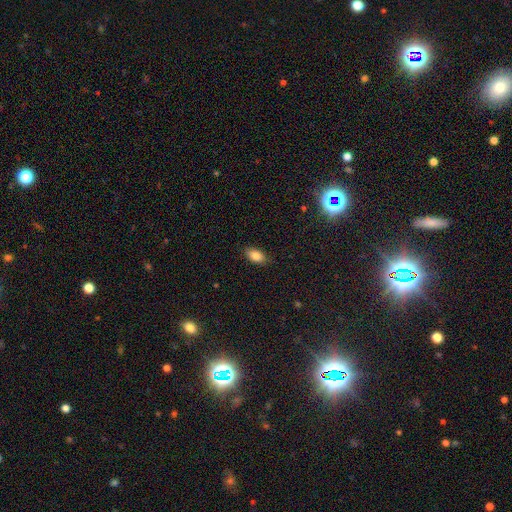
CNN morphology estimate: Smooth or featured?
  - smooth: 85% *
  - star or artifact: 9%
  - featured or disk: 7%
How rounded?
  - in between: 91% *
  - round: 6%
  - cigar-shaped: 3%
Merging?
  - none: 84% *
  - minor disturbance: 13%
  - major disturbance: 2%
  - merger: 1%